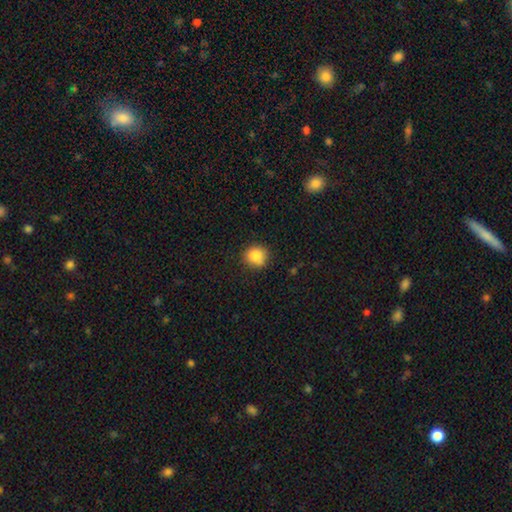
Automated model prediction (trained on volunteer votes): Smooth or featured? smooth (86%)
How rounded? round (90%)
Merging? none (84%)